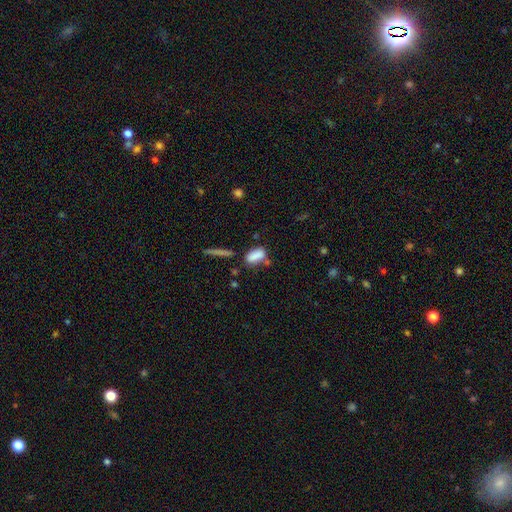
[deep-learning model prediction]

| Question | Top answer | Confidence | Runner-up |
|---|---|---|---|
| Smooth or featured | smooth | 83% | star or artifact (9%) |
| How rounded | in between | 82% | cigar-shaped (13%) |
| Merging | none | 57% | minor disturbance (20%) |